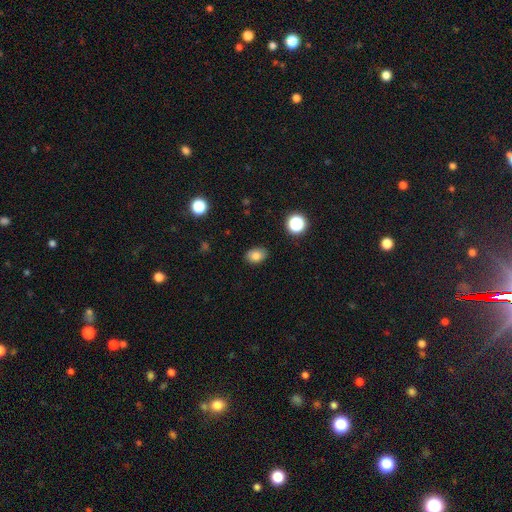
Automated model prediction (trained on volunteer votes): smooth-or-featured: smooth: 82% | star or artifact: 11% | featured or disk: 7%
  how-rounded: in between: 75% | round: 23% | cigar-shaped: 1%
  merging: none: 87% | minor disturbance: 9% | major disturbance: 2% | merger: 1%